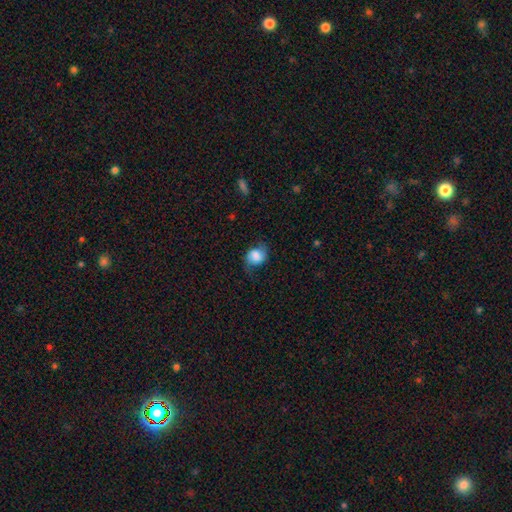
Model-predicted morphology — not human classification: A smooth galaxy with no disk features (62%) that is round (50%).

Vote fractions:
- Smooth or featured? smooth: 62% / featured or disk: 29% / star or artifact: 9%
- How rounded? round: 50% / in between: 48% / cigar-shaped: 1%
- Merging? none: 56% / minor disturbance: 27% / major disturbance: 15% / merger: 2%